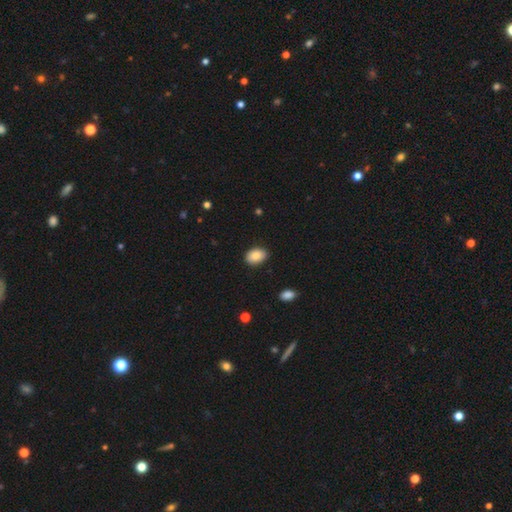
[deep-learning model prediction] Smooth or featured: smooth — 87% (star or artifact — 7%)
How rounded: in between — 84% (round — 15%)
Merging: none — 84% (minor disturbance — 13%)